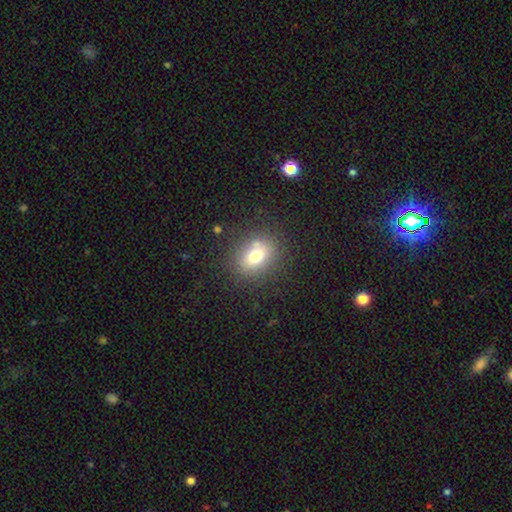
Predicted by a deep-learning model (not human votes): This appears to be a smooth galaxy with no disk features (71%) that is in between round and cigar-shaped (57%). Merging: none (78%).